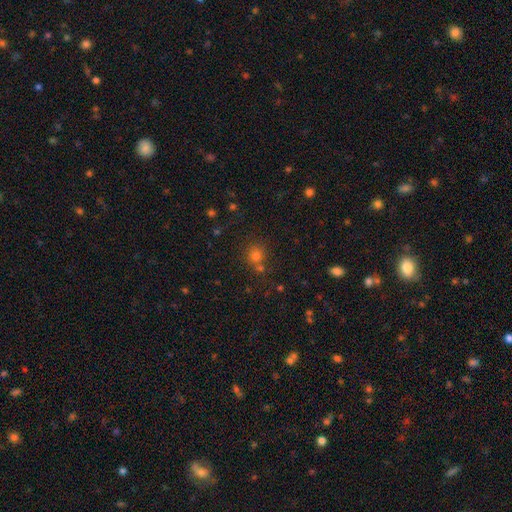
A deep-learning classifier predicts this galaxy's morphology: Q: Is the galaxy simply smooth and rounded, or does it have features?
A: smooth — 70%.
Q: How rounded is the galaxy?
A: round — 88%.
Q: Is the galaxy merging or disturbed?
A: none — 67%.